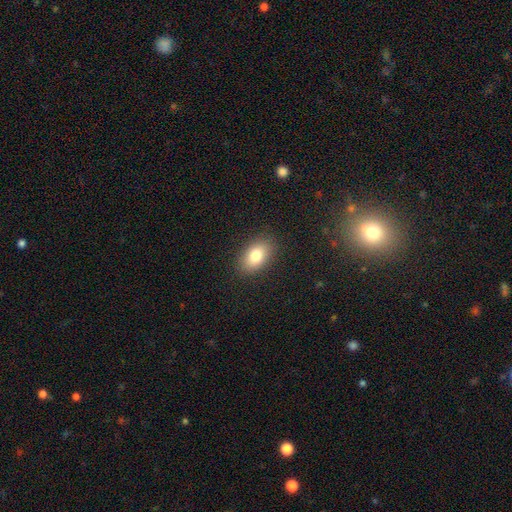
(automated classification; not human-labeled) This is clearly a smooth galaxy (81%). How rounded: clearly in between (88%). Merging: clearly none (88%).